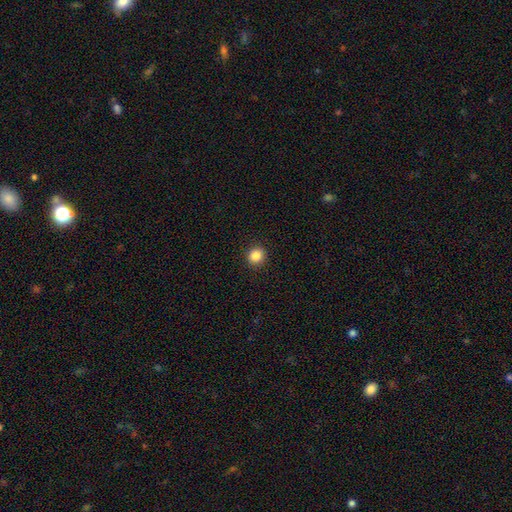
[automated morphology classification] smooth 86%, star or artifact 11%, featured or disk 4%. Down the decision tree: how rounded — round (89%); merging — none (92%).